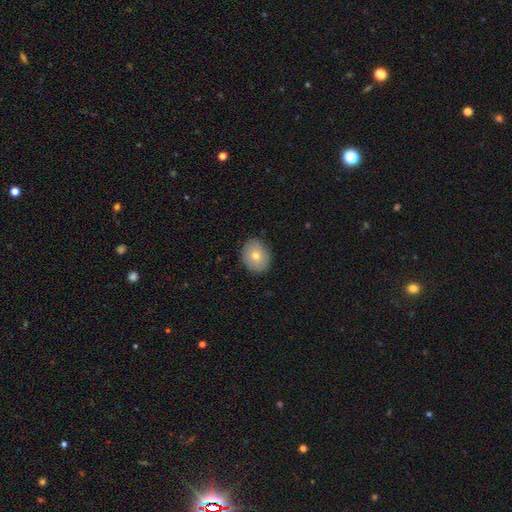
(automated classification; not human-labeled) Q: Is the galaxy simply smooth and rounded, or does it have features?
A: smooth — 73%.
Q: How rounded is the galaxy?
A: in between — 53%.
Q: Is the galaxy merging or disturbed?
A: none — 87%.